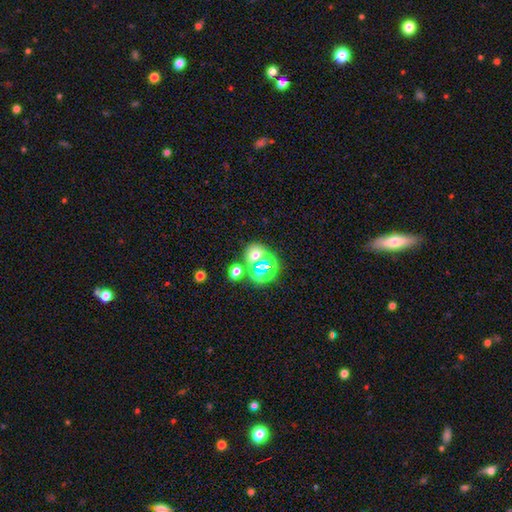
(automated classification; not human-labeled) Overall: smooth (48%; star or artifact 39%). Merging: none (57%; merger 29%).